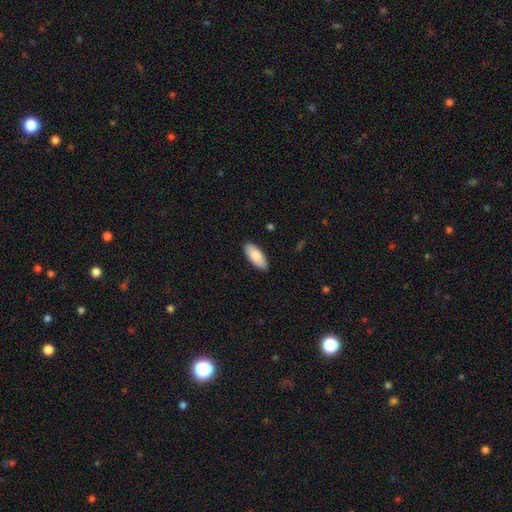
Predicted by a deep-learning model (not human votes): smooth-or-featured: smooth: 85% | featured or disk: 10% | star or artifact: 6%
  how-rounded: in between: 82% | cigar-shaped: 16% | round: 2%
  merging: none: 89% | minor disturbance: 9% | major disturbance: 2% | merger: 1%